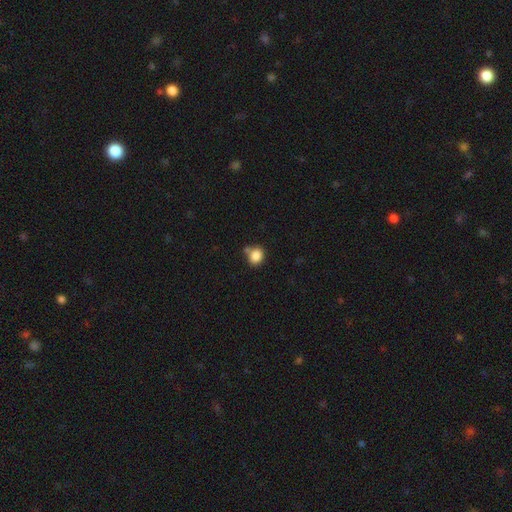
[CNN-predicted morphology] Smooth or featured? Predicted: smooth (p=0.85). How rounded? Predicted: round (p=0.69). Merging? Predicted: none (p=0.63).